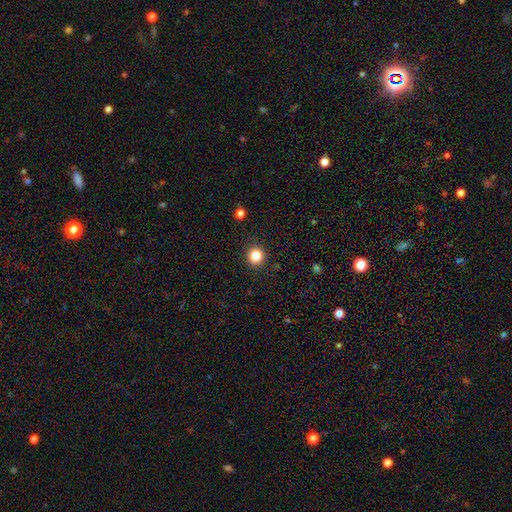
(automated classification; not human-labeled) A smooth galaxy with no disk features (84%) that is round (91%).

Vote fractions:
- Smooth or featured? smooth: 84% / star or artifact: 11% / featured or disk: 4%
- How rounded? round: 91% / in between: 8% / cigar-shaped: 1%
- Merging? none: 89% / minor disturbance: 7% / major disturbance: 2% / merger: 1%